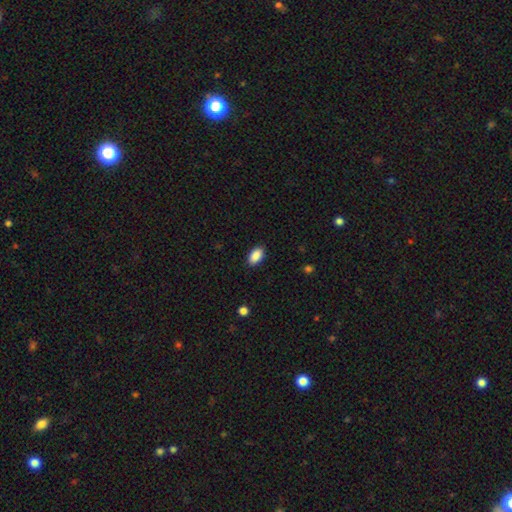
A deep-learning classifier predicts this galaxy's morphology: Smooth or featured? smooth (90%)
How rounded? in between (94%)
Merging? none (89%)